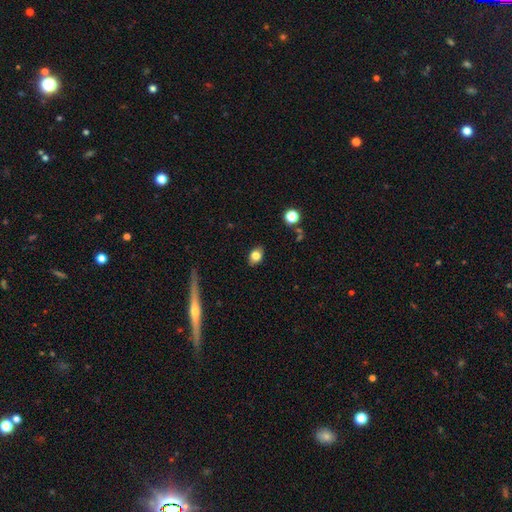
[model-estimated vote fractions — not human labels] smooth_or_featured: smooth (p=0.80) [alt: featured or disk p=0.11]
how_rounded: in between (p=0.74) [alt: round p=0.24]
merging: none (p=0.85) [alt: minor disturbance p=0.11]